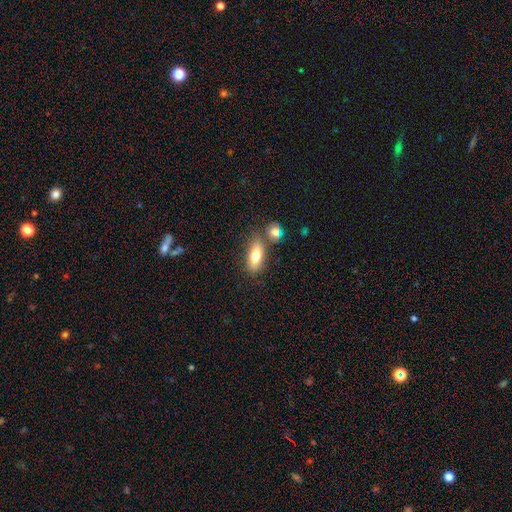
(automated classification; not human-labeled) Morphology: type=smooth (77%); roundness=in between (78%); merging=none (66%).